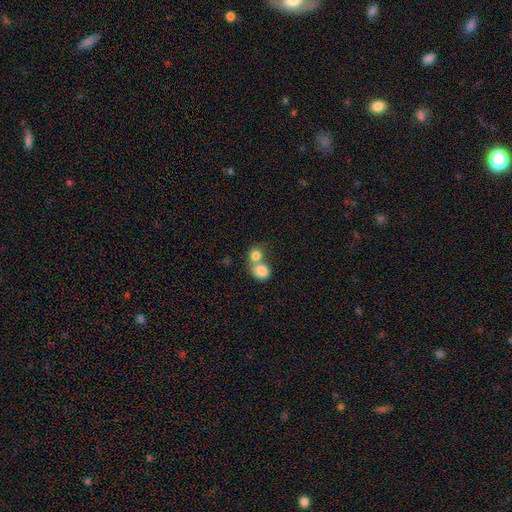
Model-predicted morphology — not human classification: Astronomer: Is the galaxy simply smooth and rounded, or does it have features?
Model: smooth — 81%.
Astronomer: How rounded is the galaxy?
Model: round — 72%.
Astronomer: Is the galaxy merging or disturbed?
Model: merger — 61%.